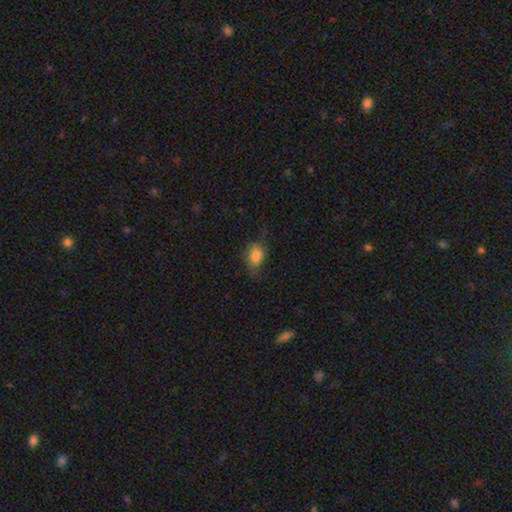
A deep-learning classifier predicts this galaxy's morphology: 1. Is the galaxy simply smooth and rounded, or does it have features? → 81% smooth, 10% star or artifact, 9% featured or disk.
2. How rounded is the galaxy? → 74% in between, 24% round, 2% cigar-shaped.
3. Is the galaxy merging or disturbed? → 55% none, 29% minor disturbance, 15% major disturbance, 2% merger.